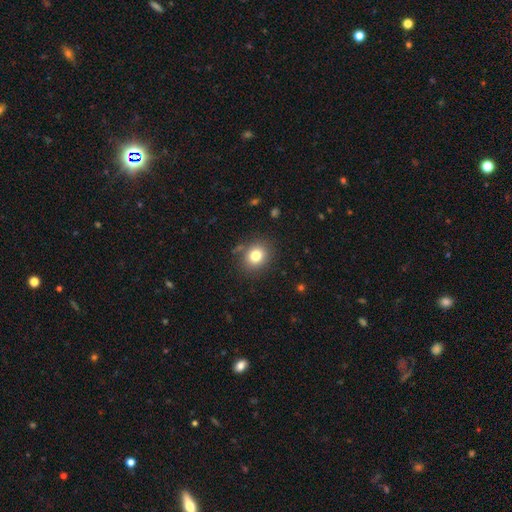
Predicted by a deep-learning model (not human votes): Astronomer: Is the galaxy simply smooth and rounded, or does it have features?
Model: smooth — 79%.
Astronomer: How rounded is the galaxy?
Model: round — 71%.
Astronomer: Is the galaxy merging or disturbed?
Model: none — 84%.